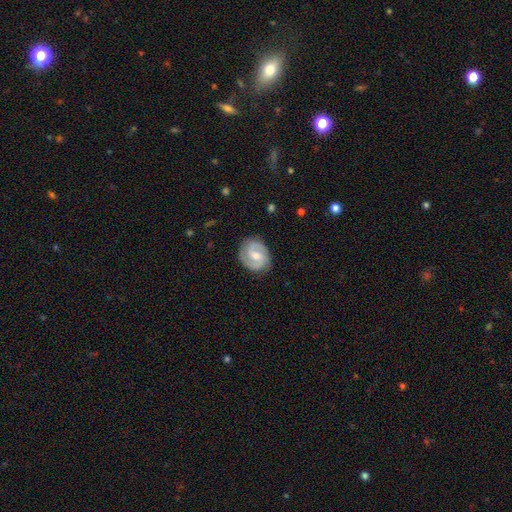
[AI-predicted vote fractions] Smooth or featured: featured or disk — 81% (smooth — 15%)
Edge-on disk: no — 98% (yes — 2%)
Bar: weak — 52% (no — 30%)
Spiral arms: yes — 94% (no — 6%)
Spiral winding: medium — 48% (tight — 39%)
Spiral arm count: 2 — 90% (can't tell — 4%)
Bulge size: moderate — 66% (small — 27%)
Merging: none — 84% (minor disturbance — 12%)